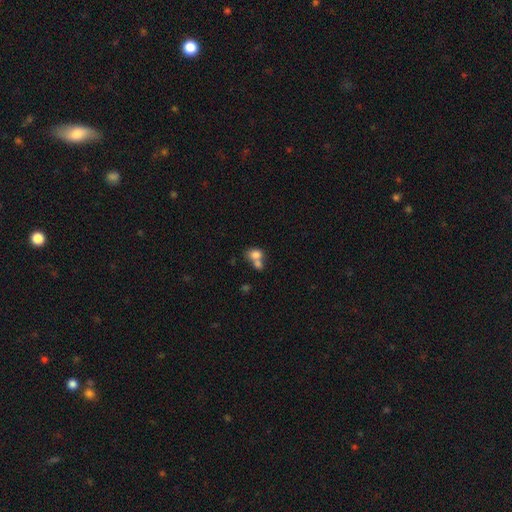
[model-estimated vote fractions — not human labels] Overall: smooth (77%). How rounded: in between (60%; round 39%). Merging: merger (59%; none 28%).